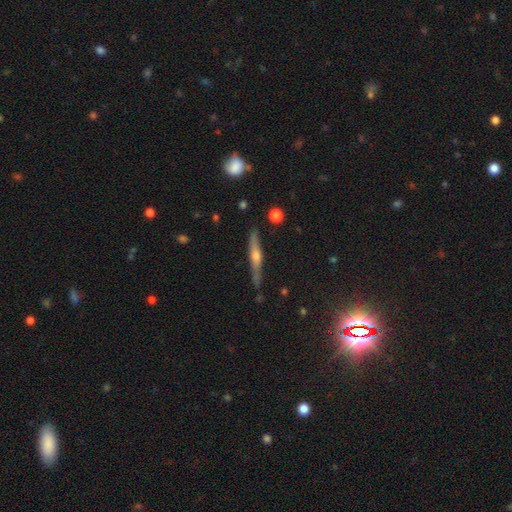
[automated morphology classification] A featured or disk galaxy (67%) viewed edge-on (96%) with a rounded central bulge (85%).

Vote fractions:
- Smooth or featured? featured or disk: 67% / smooth: 26% / star or artifact: 7%
- Edge-on disk? yes: 96% / no: 4%
- Edge-on bulge? rounded: 85% / none: 8% / boxy: 7%
- Merging? none: 84% / minor disturbance: 12% / major disturbance: 2% / merger: 2%